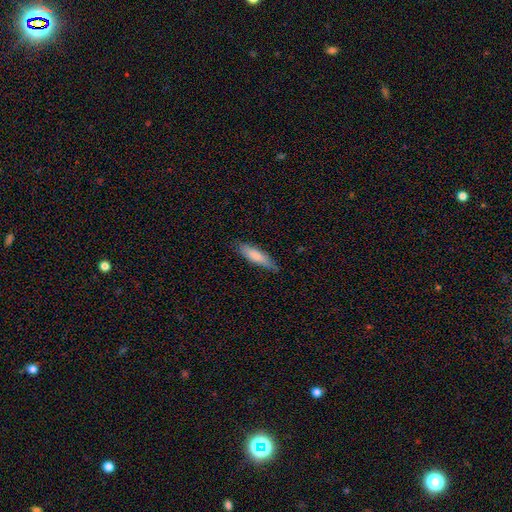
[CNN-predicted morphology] smooth_or_featured: smooth (p=0.76) [alt: featured or disk p=0.18]
how_rounded: cigar-shaped (p=0.72) [alt: in between p=0.26]
merging: none (p=0.76) [alt: minor disturbance p=0.20]